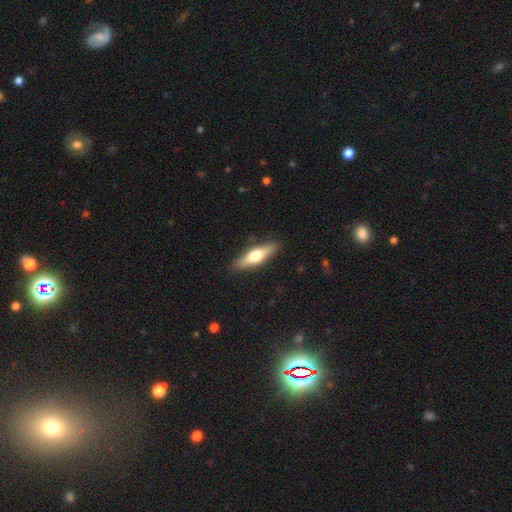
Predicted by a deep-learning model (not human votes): This appears to be a smooth galaxy with no disk features (51%) that is cigar-shaped (61%). Merging: none (88%).